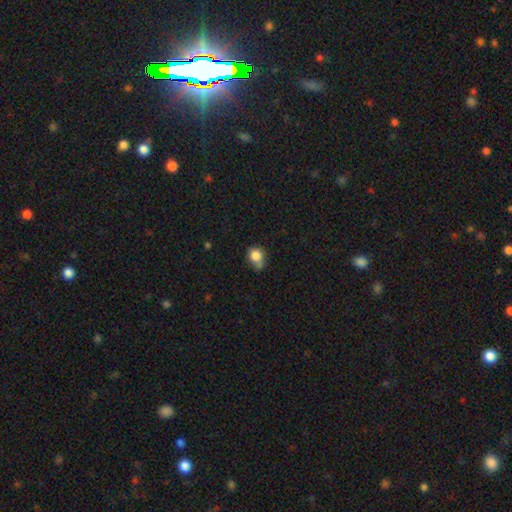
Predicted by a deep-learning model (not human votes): Smooth or featured? Predicted: smooth (p=0.82). How rounded? Predicted: round (p=0.69). Merging? Predicted: none (p=0.48).